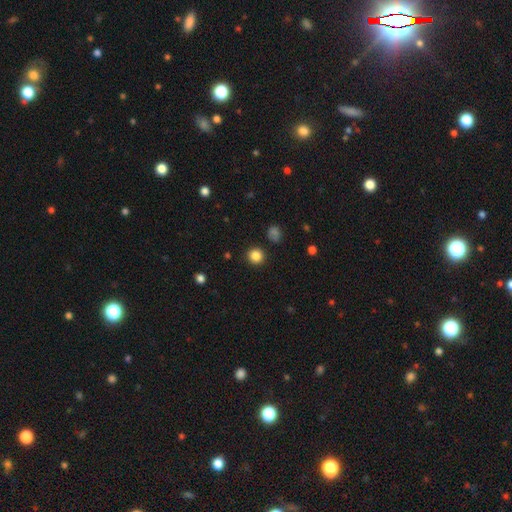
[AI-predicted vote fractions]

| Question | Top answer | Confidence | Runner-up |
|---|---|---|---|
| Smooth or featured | smooth | 85% | star or artifact (12%) |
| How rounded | round | 92% | in between (7%) |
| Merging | none | 90% | minor disturbance (6%) |